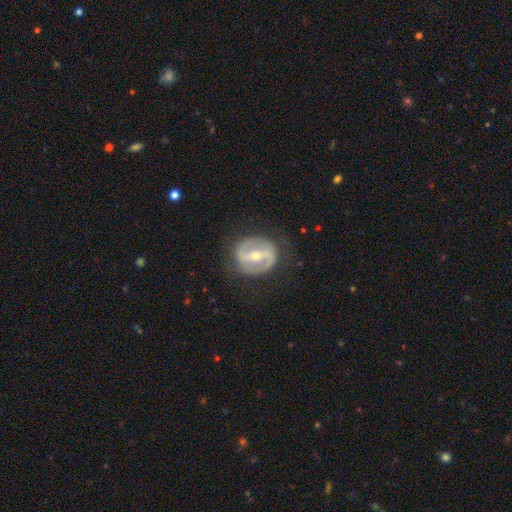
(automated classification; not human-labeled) Smooth or featured: featured or disk — 84% (smooth — 11%)
Edge-on disk: no — 96% (yes — 4%)
Bar: strong — 67% (weak — 24%)
Spiral arms: yes — 72% (no — 28%)
Spiral winding: medium — 44% (tight — 31%)
Spiral arm count: 2 — 87% (can't tell — 7%)
Bulge size: moderate — 49% (small — 48%)
Merging: none — 81% (minor disturbance — 12%)